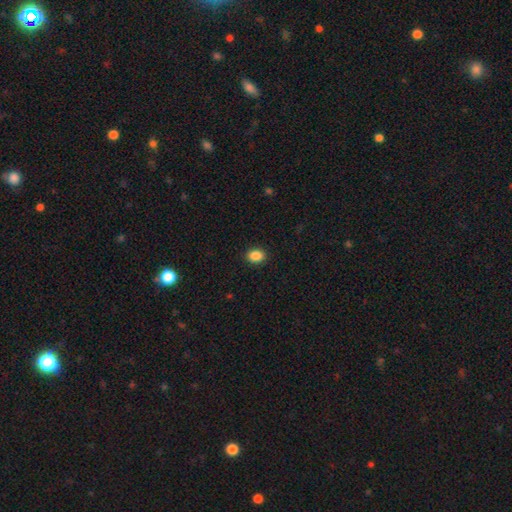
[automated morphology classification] Overall: smooth (88%). How rounded: in between (61%; round 38%). Merging: none (91%).